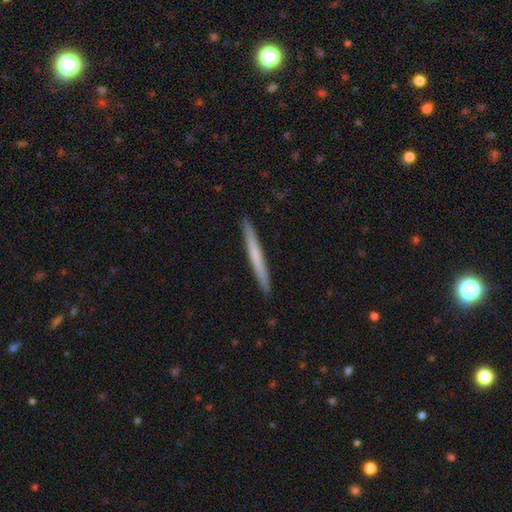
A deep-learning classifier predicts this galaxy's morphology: This is possibly a smooth galaxy (59%). How rounded: clearly cigar-shaped (97%). Merging: clearly none (93%).